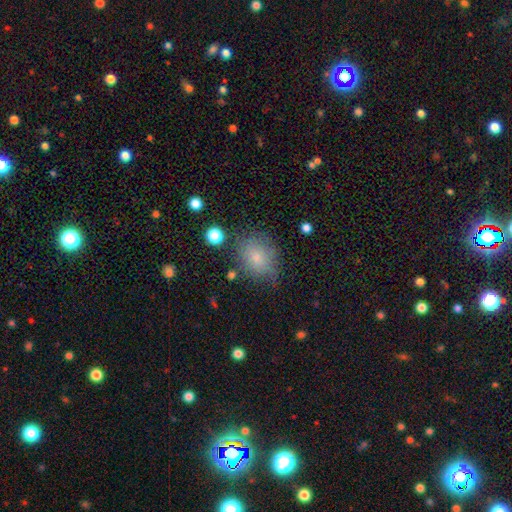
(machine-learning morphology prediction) Smooth or featured?
  - smooth: 73% *
  - featured or disk: 16%
  - star or artifact: 11%
How rounded?
  - round: 56% *
  - in between: 43%
  - cigar-shaped: 1%
Merging?
  - none: 62% *
  - minor disturbance: 26%
  - major disturbance: 9%
  - merger: 3%